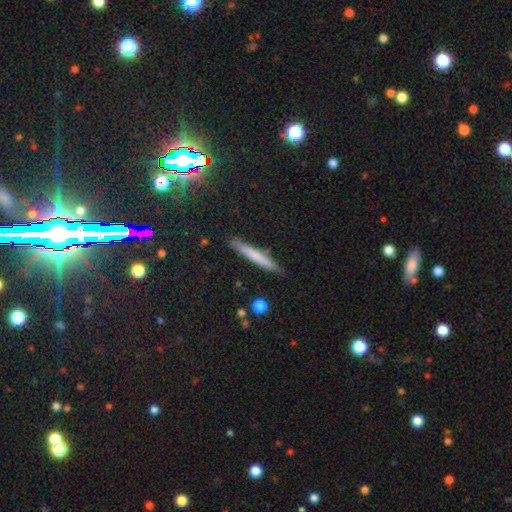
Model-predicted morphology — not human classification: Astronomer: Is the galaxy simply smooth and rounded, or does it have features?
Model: smooth — 65%.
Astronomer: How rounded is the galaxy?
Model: cigar-shaped — 95%.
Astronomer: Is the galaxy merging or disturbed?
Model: none — 88%.